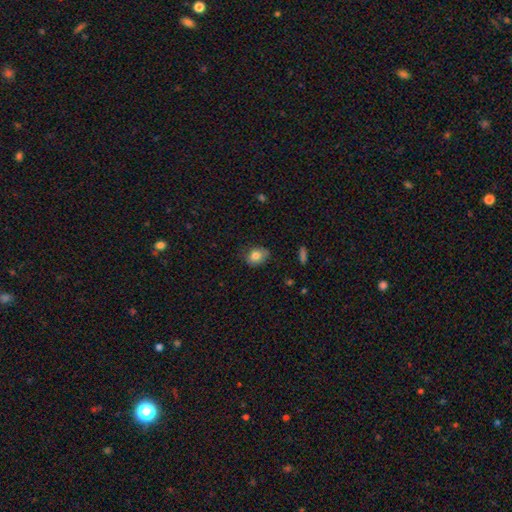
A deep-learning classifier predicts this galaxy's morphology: smooth_or_featured: smooth (p=0.81) [alt: featured or disk p=0.10]
how_rounded: in between (p=0.53) [alt: round p=0.45]
merging: none (p=0.67) [alt: minor disturbance p=0.26]